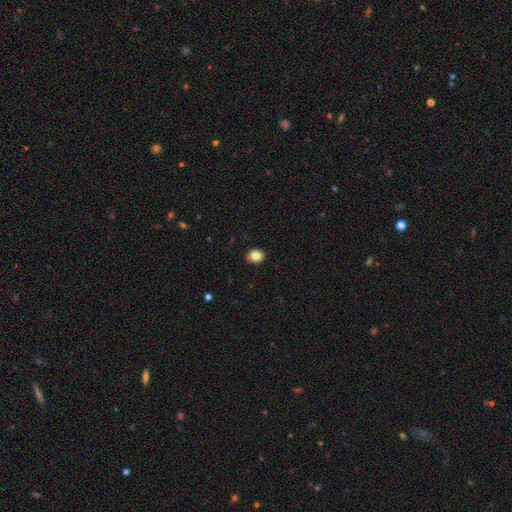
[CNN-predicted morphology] smooth-or-featured: smooth: 83% | star or artifact: 10% | featured or disk: 8%
  how-rounded: round: 58% | in between: 41% | cigar-shaped: 1%
  merging: none: 88% | minor disturbance: 9% | major disturbance: 2% | merger: 1%